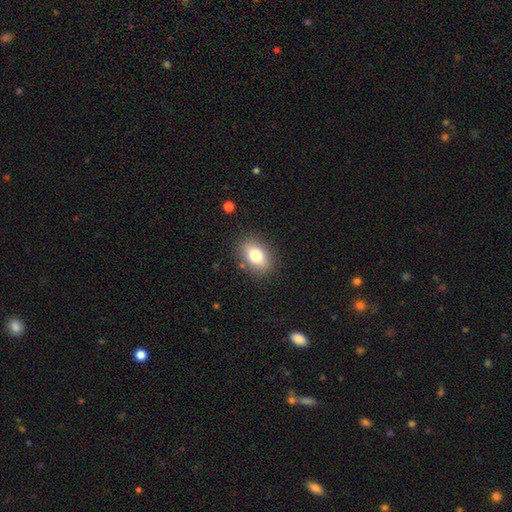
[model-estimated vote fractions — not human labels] The model was most divided on "how rounded": in between: 82%, round: 16%, cigar-shaped: 2%. More confident: merging — none (85%); smooth or featured — smooth (79%).